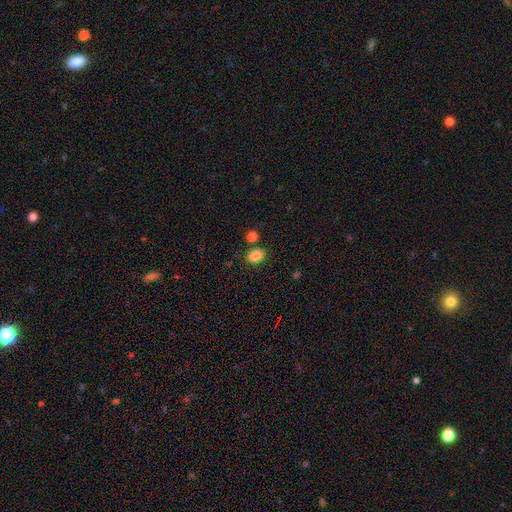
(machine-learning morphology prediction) Smooth or featured?
  - smooth: 85% *
  - star or artifact: 10%
  - featured or disk: 5%
How rounded?
  - in between: 65% *
  - round: 34%
  - cigar-shaped: 1%
Merging?
  - none: 78% *
  - minor disturbance: 11%
  - merger: 9%
  - major disturbance: 3%